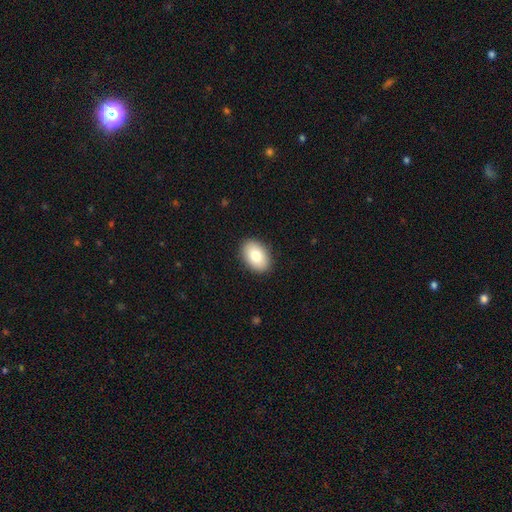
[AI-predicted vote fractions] Smooth or featured? Predicted: smooth (p=0.83). How rounded? Predicted: in between (p=0.89). Merging? Predicted: none (p=0.90).